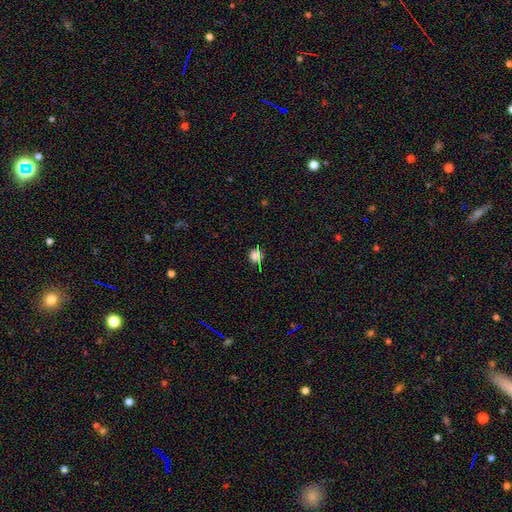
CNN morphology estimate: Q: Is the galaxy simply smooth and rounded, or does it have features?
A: smooth — 72%.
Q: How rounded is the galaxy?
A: round — 91%.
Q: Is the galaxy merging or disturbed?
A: none — 81%.